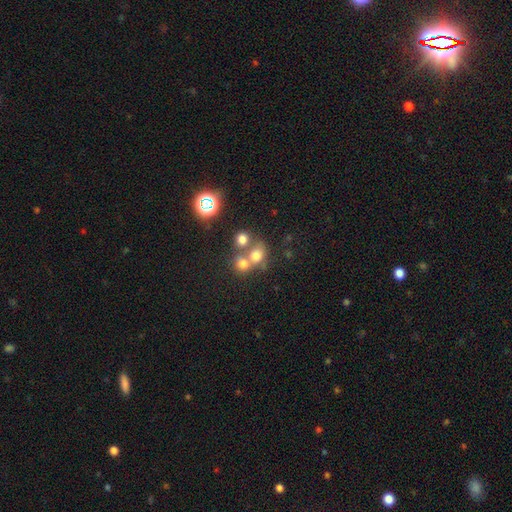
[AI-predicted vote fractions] Morphology: type=smooth (66%); roundness=round (69%); merging=merger (45%).